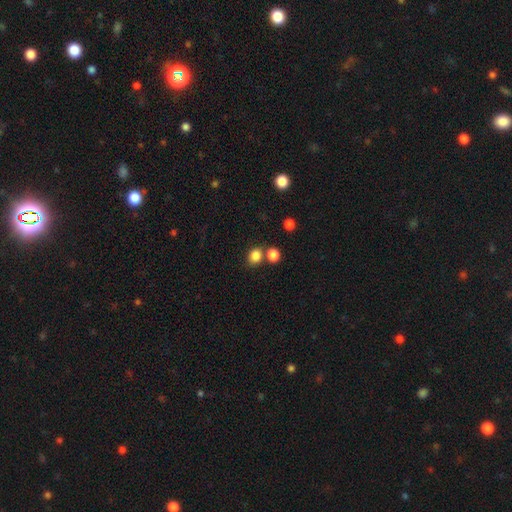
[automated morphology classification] smooth-or-featured: smooth: 83% | star or artifact: 12% | featured or disk: 5%
  how-rounded: round: 60% | in between: 39% | cigar-shaped: 1%
  merging: none: 64% | merger: 22% | minor disturbance: 10% | major disturbance: 4%